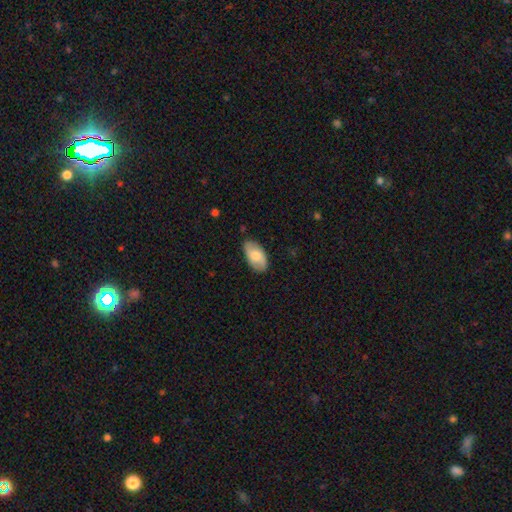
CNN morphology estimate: A smooth galaxy with no disk features (72%) that is in between round and cigar-shaped (95%). Merging: none (82%).